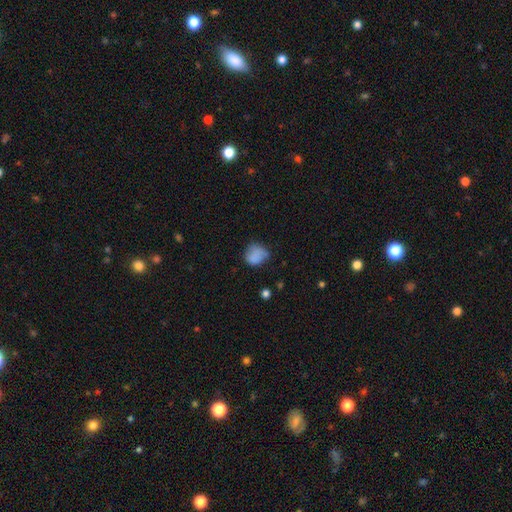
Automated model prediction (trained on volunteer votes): smooth-or-featured: smooth: 80% | star or artifact: 10% | featured or disk: 10%
  how-rounded: round: 67% | in between: 32% | cigar-shaped: 1%
  merging: none: 50% | minor disturbance: 34% | major disturbance: 13% | merger: 3%